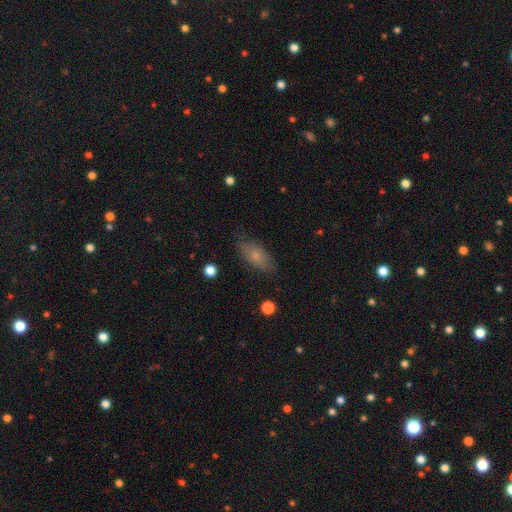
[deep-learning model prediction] smooth 69%, featured or disk 23%, star or artifact 8%. Down the decision tree: how rounded — in between (84%); merging — none (71%).